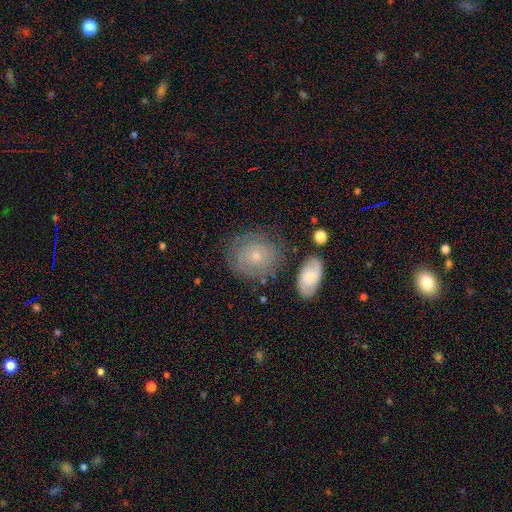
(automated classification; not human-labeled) The model was most divided on "smooth or featured": featured or disk: 48%, smooth: 43%, star or artifact: 10%. More confident: merging — none (70%).